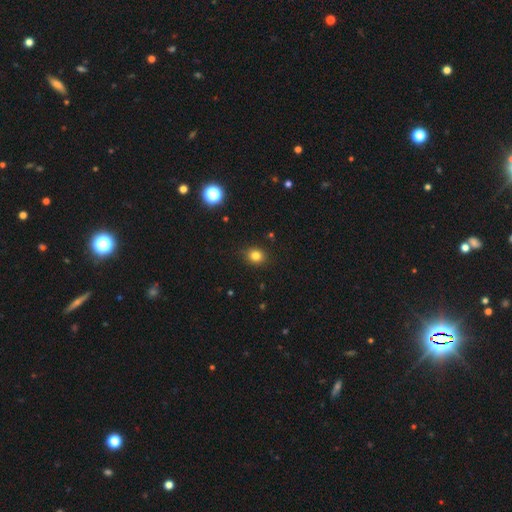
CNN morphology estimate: Smooth or featured? smooth (81%)
How rounded? round (68%)
Merging? none (87%)